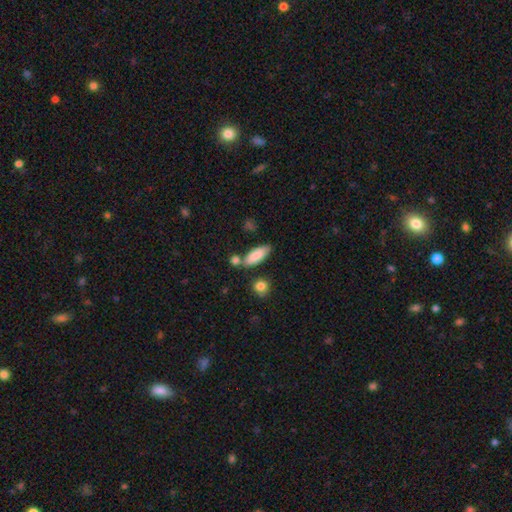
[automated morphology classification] Smooth or featured?
  - smooth: 85% *
  - featured or disk: 8%
  - star or artifact: 7%
How rounded?
  - in between: 72% *
  - cigar-shaped: 25%
  - round: 3%
Merging?
  - none: 68% *
  - minor disturbance: 15%
  - merger: 13%
  - major disturbance: 4%